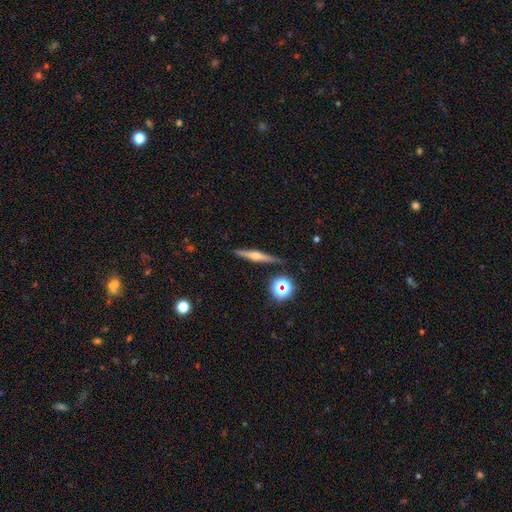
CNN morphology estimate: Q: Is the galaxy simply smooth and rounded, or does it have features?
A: featured or disk — 65%.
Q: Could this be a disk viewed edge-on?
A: yes — 97%.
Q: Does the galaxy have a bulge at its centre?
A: rounded — 87%.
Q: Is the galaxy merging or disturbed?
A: none — 89%.